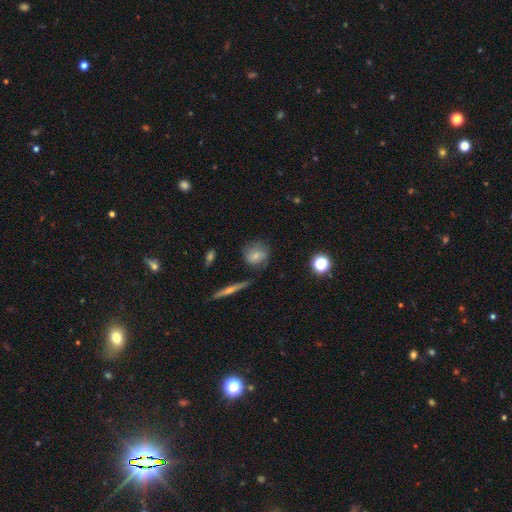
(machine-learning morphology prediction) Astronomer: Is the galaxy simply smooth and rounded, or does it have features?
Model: smooth — 58%.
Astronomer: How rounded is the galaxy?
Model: round — 68%.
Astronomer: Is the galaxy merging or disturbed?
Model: none — 66%.